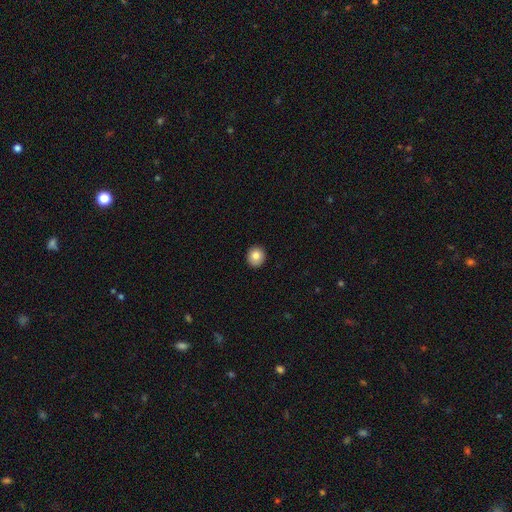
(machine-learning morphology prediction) A smooth galaxy with no disk features (83%) that is round (90%).

Vote fractions:
- Smooth or featured? smooth: 83% / star or artifact: 9% / featured or disk: 9%
- How rounded? round: 90% / in between: 9% / cigar-shaped: 1%
- Merging? none: 93% / minor disturbance: 5% / major disturbance: 1% / merger: 1%